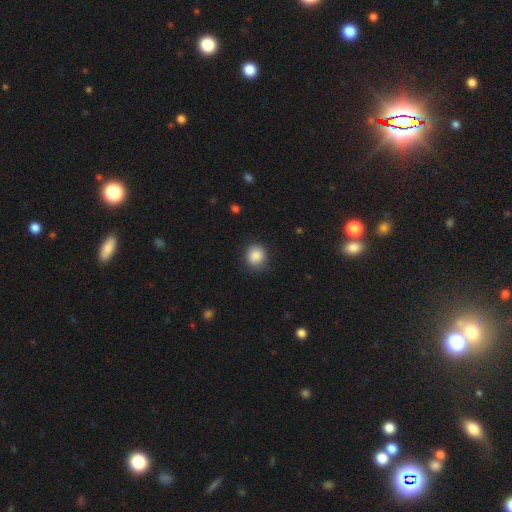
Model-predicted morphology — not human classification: Q: Smooth or featured?
A: smooth (87%); runner-up: star or artifact (9%)
Q: How rounded?
A: round (79%); runner-up: in between (20%)
Q: Merging?
A: none (84%); runner-up: minor disturbance (12%)